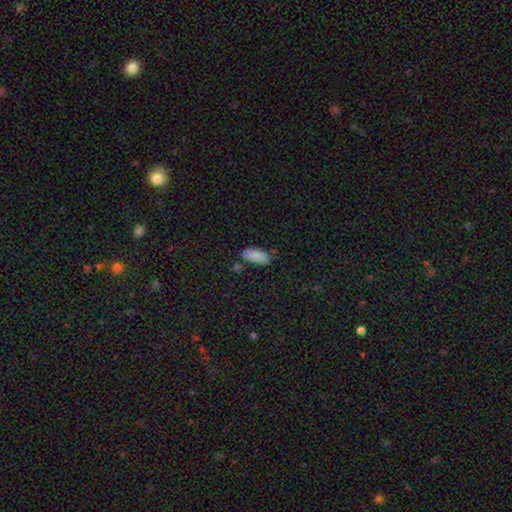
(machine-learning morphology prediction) This is clearly a smooth galaxy (88%). How rounded: clearly in between (87%). Merging: likely none (76%).